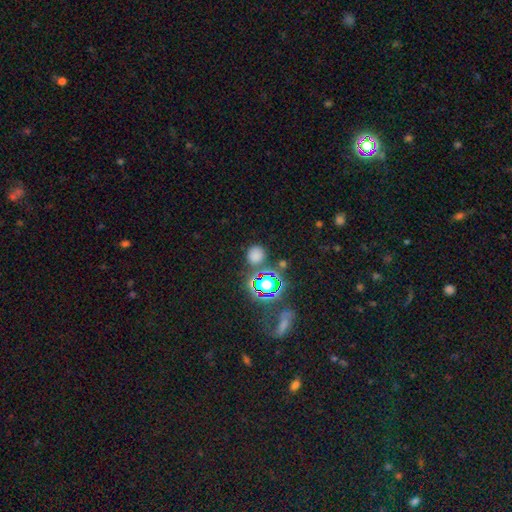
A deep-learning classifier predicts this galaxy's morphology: A smooth galaxy with no disk features (66%) that is round (84%). Merging: none (78%).